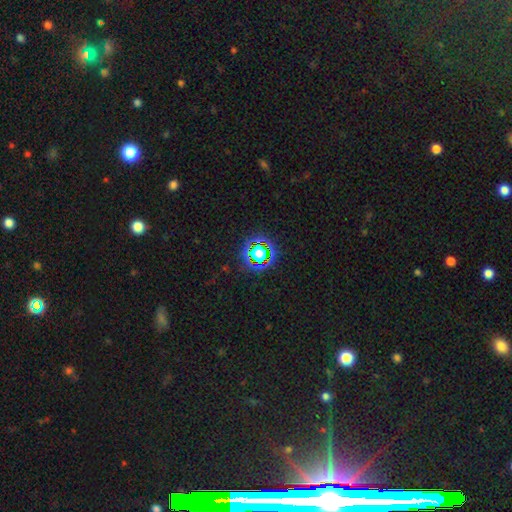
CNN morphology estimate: Smooth or featured?
  - star or artifact: 62% *
  - smooth: 26%
  - featured or disk: 11%